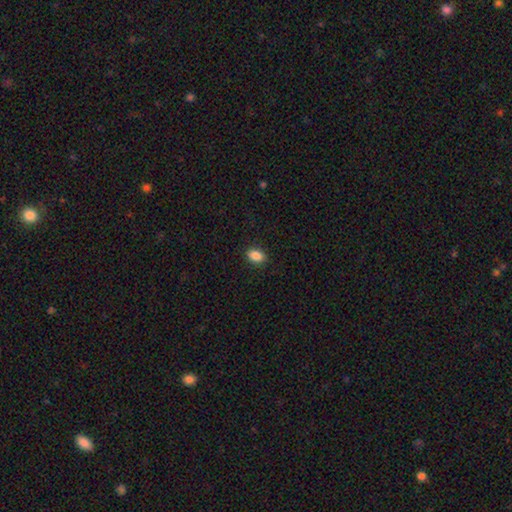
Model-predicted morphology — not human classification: A smooth galaxy with no disk features (88%) that is in between round and cigar-shaped (84%). Merging: none (90%).